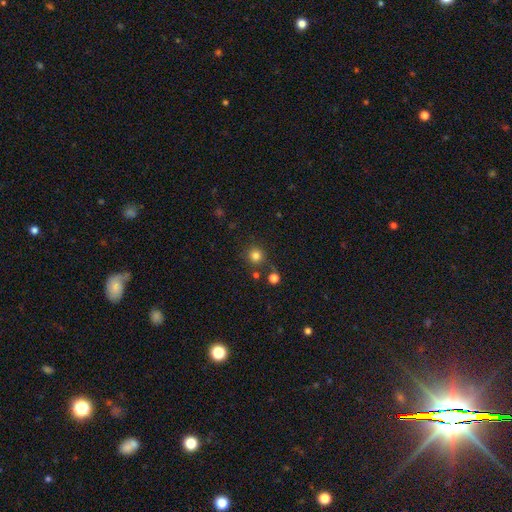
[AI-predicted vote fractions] smooth-or-featured: smooth: 80% | star or artifact: 14% | featured or disk: 6%
  how-rounded: round: 93% | in between: 6% | cigar-shaped: 1%
  merging: none: 79% | merger: 9% | minor disturbance: 9% | major disturbance: 4%